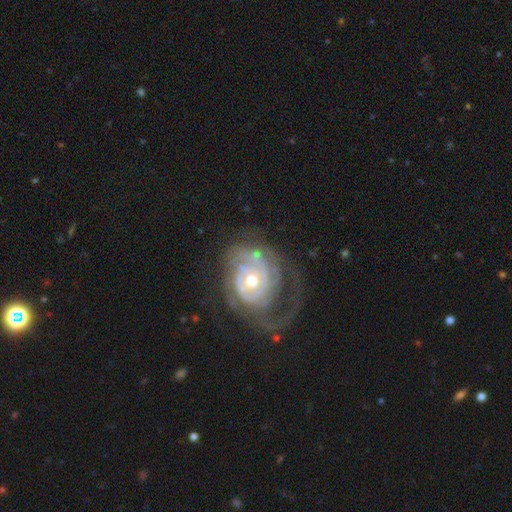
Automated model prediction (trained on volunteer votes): Smooth or featured? featured or disk (85%)
Edge-on disk? no (97%)
Bar? no (78%)
Spiral arms? yes (89%)
Spiral winding? tight (67%)
Spiral arm count? can't tell (39%)
Bulge size? moderate (65%)
Merging? none (46%)